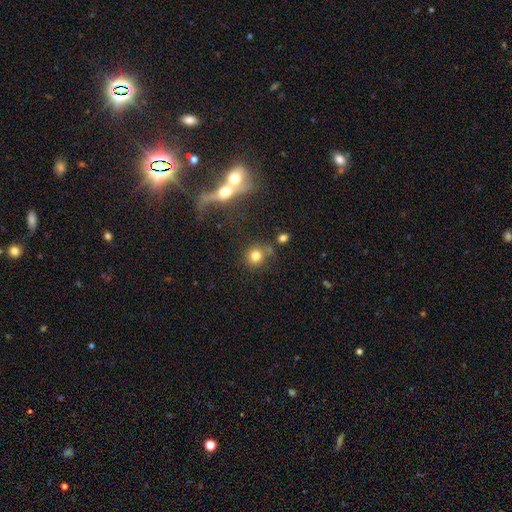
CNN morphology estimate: Smooth or featured? Predicted: smooth (p=0.78). How rounded? Predicted: round (p=0.88). Merging? Predicted: none (p=0.66).